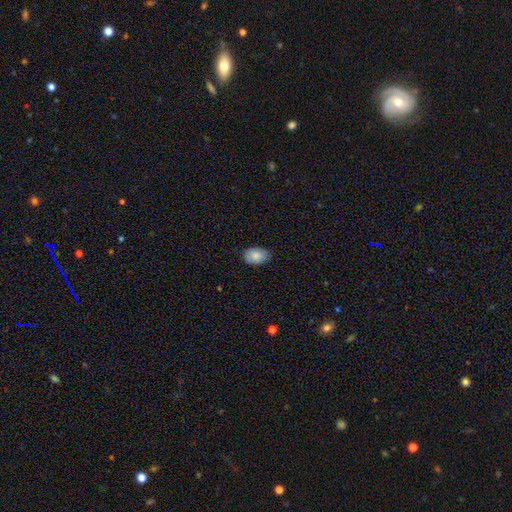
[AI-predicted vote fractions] smooth_or_featured: smooth (p=0.85) [alt: featured or disk p=0.08]
how_rounded: in between (p=0.86) [alt: round p=0.13]
merging: none (p=0.81) [alt: minor disturbance p=0.15]